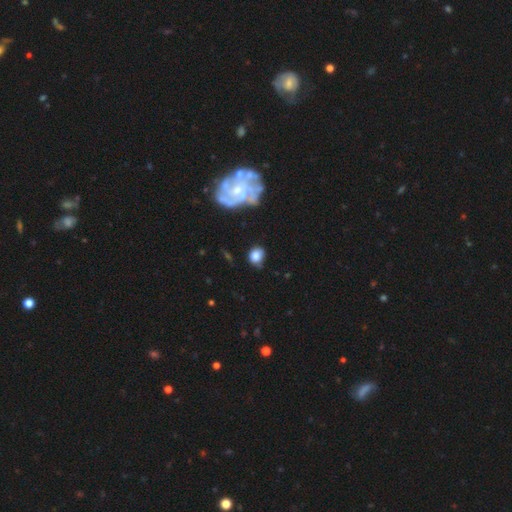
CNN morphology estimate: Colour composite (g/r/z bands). It shows a smooth galaxy with no disk features (73%) that is round (63%). Merging: none (65%).